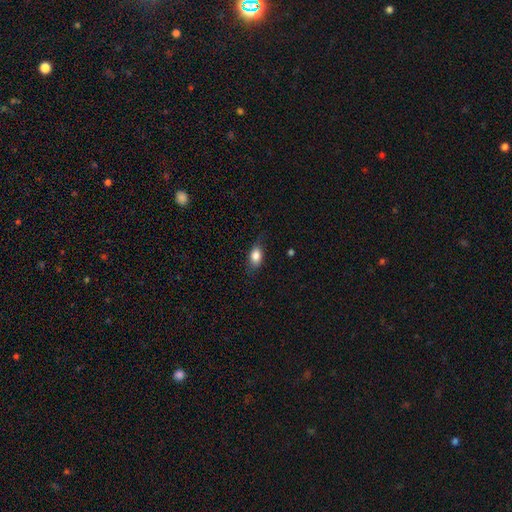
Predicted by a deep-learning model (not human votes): Smooth or featured?
  - smooth: 83% *
  - featured or disk: 9%
  - star or artifact: 8%
How rounded?
  - in between: 82% *
  - round: 14%
  - cigar-shaped: 4%
Merging?
  - none: 74% *
  - minor disturbance: 20%
  - major disturbance: 5%
  - merger: 1%